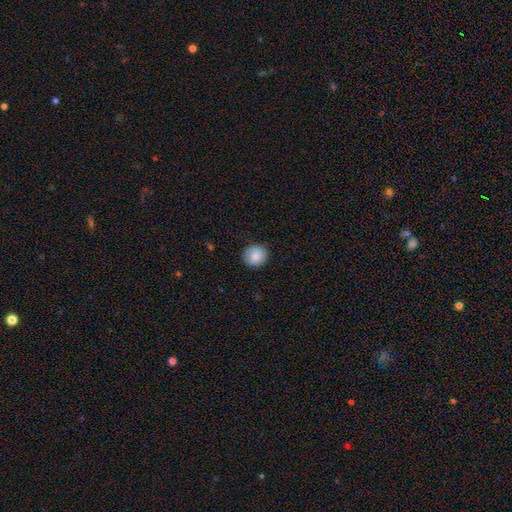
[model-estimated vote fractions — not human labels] Q: Smooth or featured?
A: smooth (85%); runner-up: star or artifact (8%)
Q: How rounded?
A: round (89%); runner-up: in between (10%)
Q: Merging?
A: none (87%); runner-up: minor disturbance (10%)